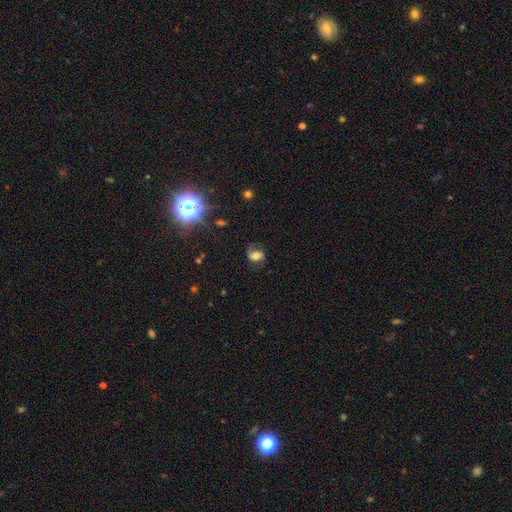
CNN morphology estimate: A featured or disk galaxy (43%).

Vote fractions:
- Smooth or featured? featured or disk: 43% / smooth: 42% / star or artifact: 15%
- Merging? none: 62% / minor disturbance: 22% / major disturbance: 14% / merger: 2%